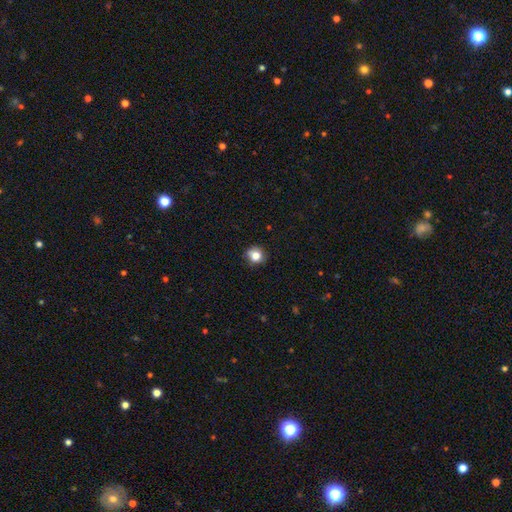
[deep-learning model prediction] The model was most divided on "merging": none: 81%, minor disturbance: 15%, major disturbance: 3%, merger: 1%. More confident: how rounded — round (85%); smooth or featured — smooth (80%).